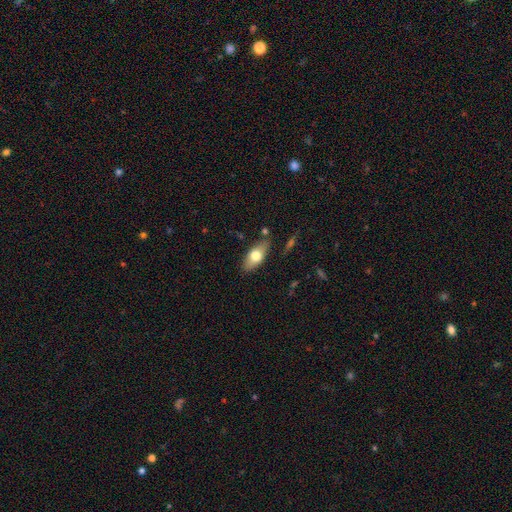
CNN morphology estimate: Smooth or featured? Predicted: smooth (p=0.67). How rounded? Predicted: in between (p=0.84). Merging? Predicted: none (p=0.80).